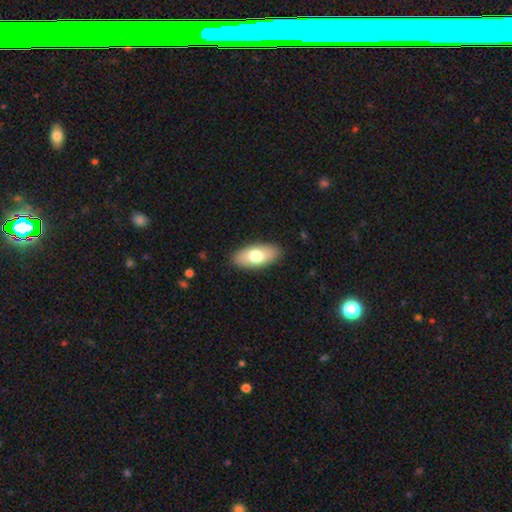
Smooth or featured?
  - smooth: 85% *
  - featured or disk: 13%
  - star or artifact: 3%
How rounded?
  - in between: 85% *
  - cigar-shaped: 9%
  - round: 6%
Merging?
  - none: 92% *
  - minor disturbance: 5%
  - major disturbance: 3%
  - merger: 0%